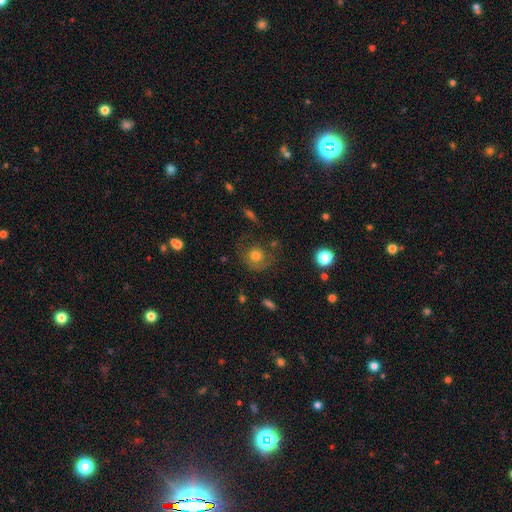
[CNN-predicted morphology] A smooth galaxy with no disk features (63%) that is round (84%).

Vote fractions:
- Smooth or featured? smooth: 63% / featured or disk: 24% / star or artifact: 13%
- How rounded? round: 84% / in between: 15% / cigar-shaped: 1%
- Merging? none: 61% / minor disturbance: 20% / major disturbance: 16% / merger: 3%